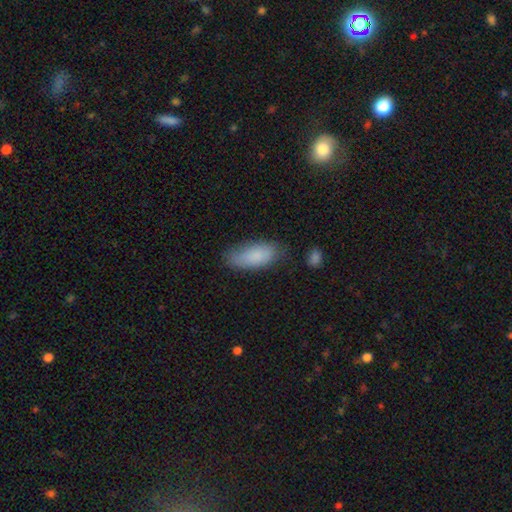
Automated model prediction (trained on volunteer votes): Overall: smooth (85%). How rounded: in between (83%). Merging: none (71%).